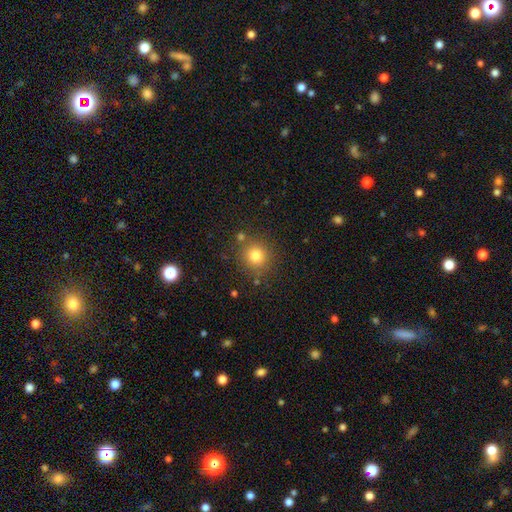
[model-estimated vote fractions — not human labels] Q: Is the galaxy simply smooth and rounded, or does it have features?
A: smooth — 79%.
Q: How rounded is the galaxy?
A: round — 91%.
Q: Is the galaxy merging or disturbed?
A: none — 82%.